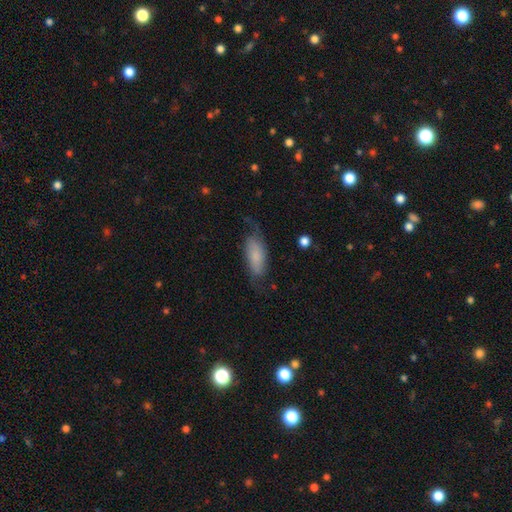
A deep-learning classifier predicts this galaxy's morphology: smooth 63%, featured or disk 30%, star or artifact 7%. Down the decision tree: how rounded — in between (78%); merging — none (57%).